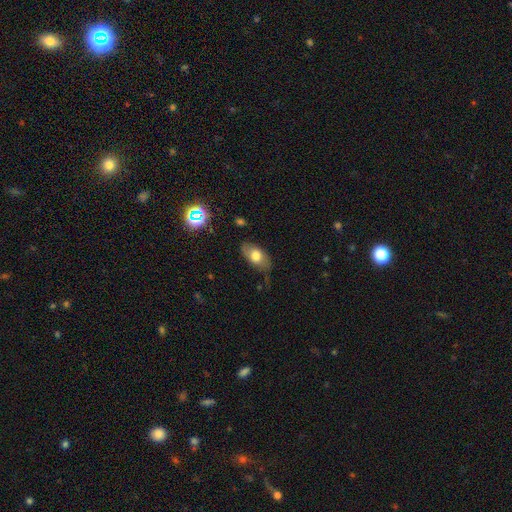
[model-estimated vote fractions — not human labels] Smooth or featured? smooth (68%)
How rounded? in between (89%)
Merging? none (63%)